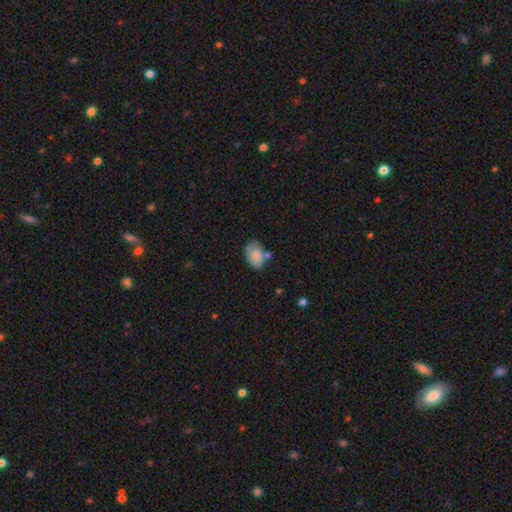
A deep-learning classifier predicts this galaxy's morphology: Smooth or featured: smooth — 81% (featured or disk — 12%)
How rounded: in between — 88% (round — 11%)
Merging: none — 54% (minor disturbance — 26%)